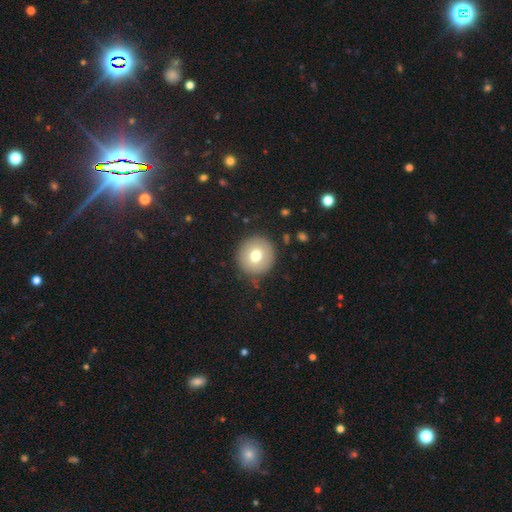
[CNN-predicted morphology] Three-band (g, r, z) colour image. It shows a smooth galaxy with no disk features (72%) that is round (93%). Merging: none (87%).